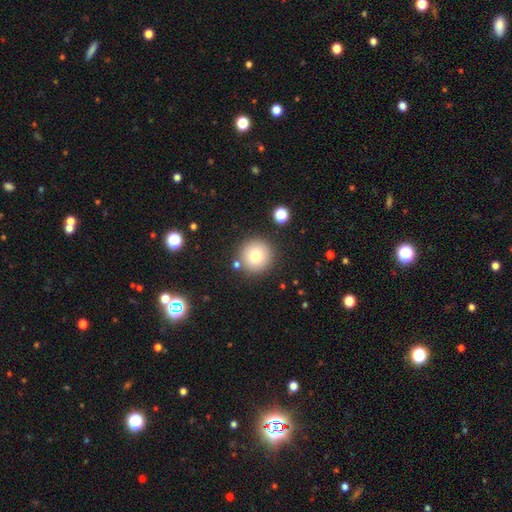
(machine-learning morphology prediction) The model was most divided on "smooth or featured": smooth: 76%, featured or disk: 12%, star or artifact: 11%. More confident: how rounded — round (96%); merging — none (85%).